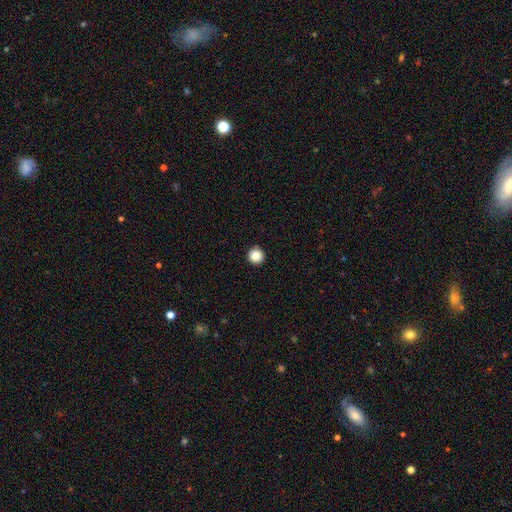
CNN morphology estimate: A smooth galaxy with no disk features (85%) that is round (96%). Merging: none (94%).